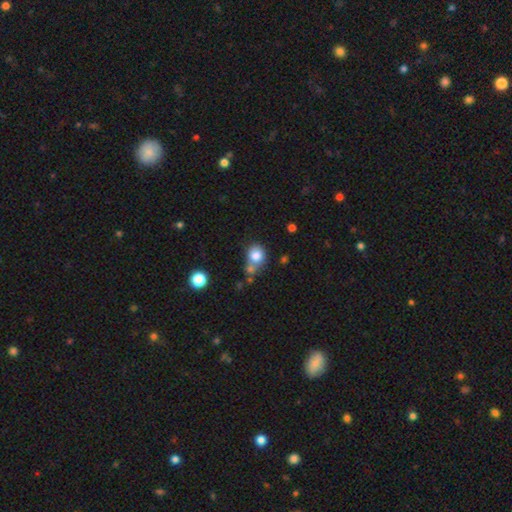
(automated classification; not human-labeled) smooth-or-featured: smooth: 80% | star or artifact: 11% | featured or disk: 9%
  how-rounded: round: 70% | in between: 29% | cigar-shaped: 1%
  merging: none: 46% | merger: 31% | minor disturbance: 16% | major disturbance: 7%